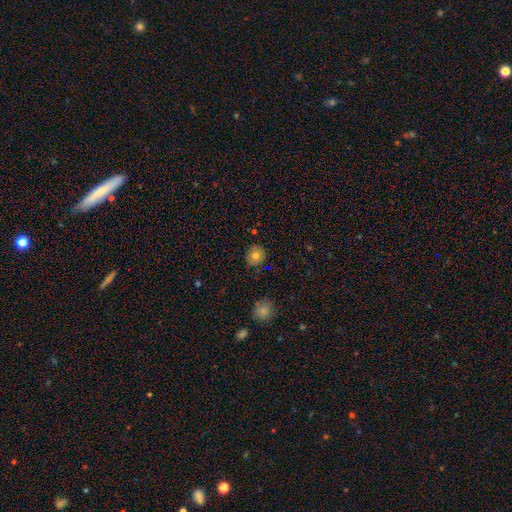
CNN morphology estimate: This appears to be a smooth galaxy with no disk features (77%) that is round (81%). Merging: none (85%).